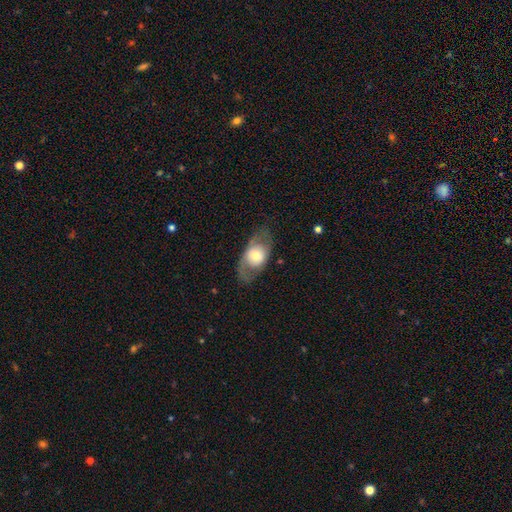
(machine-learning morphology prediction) A featured or disk galaxy (48%).

Vote fractions:
- Smooth or featured? featured or disk: 48% / smooth: 46% / star or artifact: 6%
- Merging? none: 70% / minor disturbance: 17% / major disturbance: 12% / merger: 1%